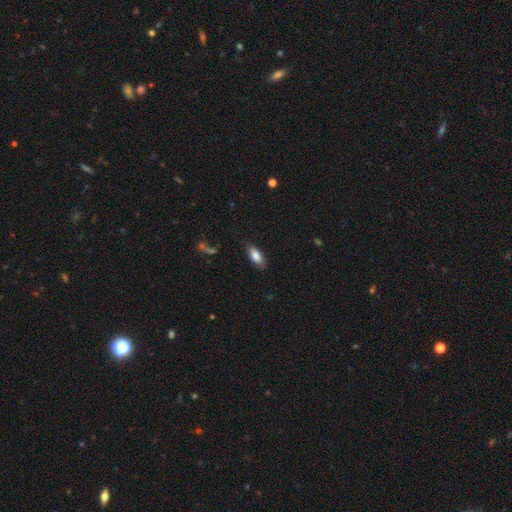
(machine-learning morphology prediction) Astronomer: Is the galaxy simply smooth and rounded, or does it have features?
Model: smooth — 82%.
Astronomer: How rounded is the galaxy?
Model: in between — 86%.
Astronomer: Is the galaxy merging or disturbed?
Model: none — 81%.